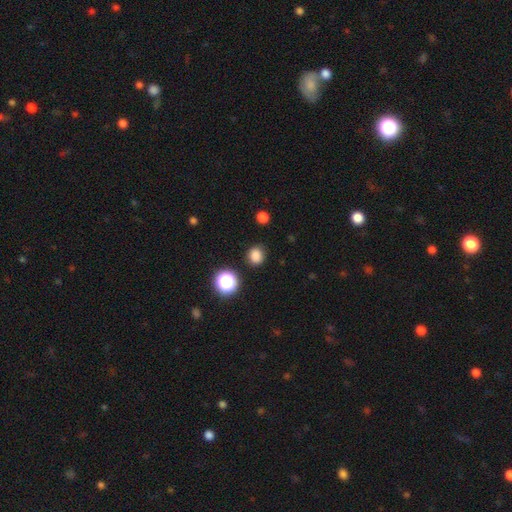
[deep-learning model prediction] smooth 82%, star or artifact 14%, featured or disk 4%. Down the decision tree: how rounded — round (77%); merging — none (86%).